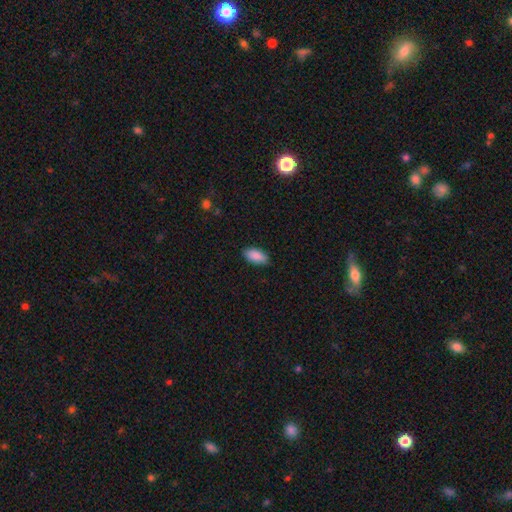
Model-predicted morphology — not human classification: Smooth or featured: smooth — 90% (star or artifact — 6%)
How rounded: in between — 91% (cigar-shaped — 7%)
Merging: none — 88% (minor disturbance — 9%)